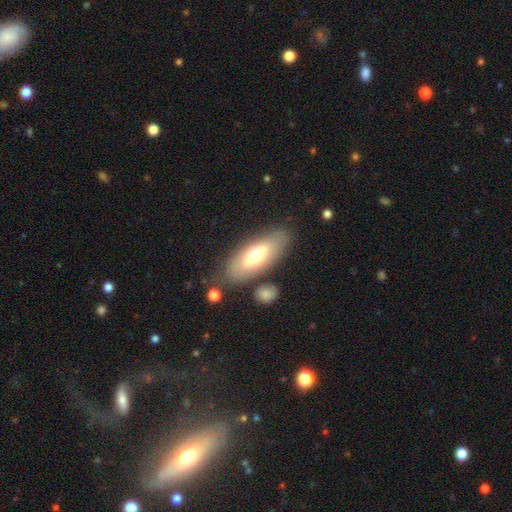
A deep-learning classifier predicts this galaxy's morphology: Overall: smooth (59%; featured or disk 34%). How rounded: in between (76%). Merging: none (77%).